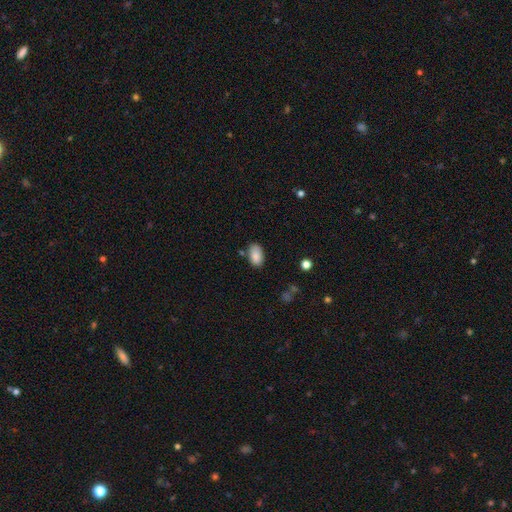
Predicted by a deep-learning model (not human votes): Overall: smooth (86%). How rounded: in between (93%). Merging: none (73%).